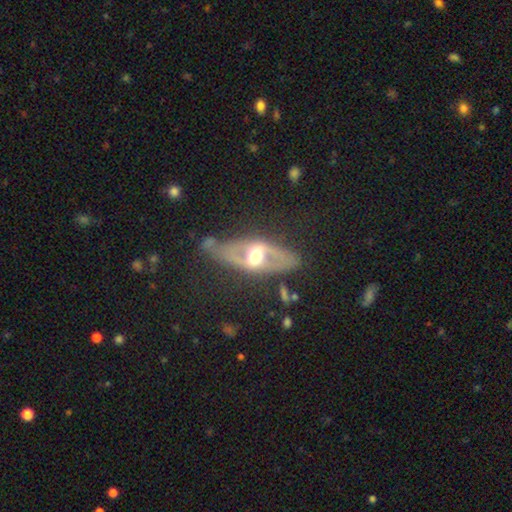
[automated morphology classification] A featured or disk galaxy (76%) with a strong bar (42%), spiral arms (56%) and a moderate central bulge (70%).

Vote fractions:
- Smooth or featured? featured or disk: 76% / smooth: 17% / star or artifact: 8%
- Edge-on disk? no: 72% / yes: 28%
- Bar? strong: 42% / weak: 34% / no: 23%
- Spiral arms? yes: 56% / no: 44%
- Bulge size? moderate: 70% / large: 19% / small: 7% / dominant: 2% / none: 1%
- Merging? none: 57% / minor disturbance: 21% / major disturbance: 17% / merger: 5%